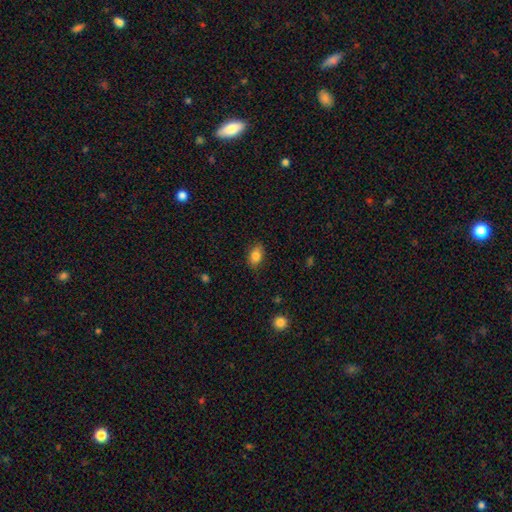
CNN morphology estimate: smooth 84%, star or artifact 9%, featured or disk 7%. Down the decision tree: how rounded — in between (84%); merging — none (82%).